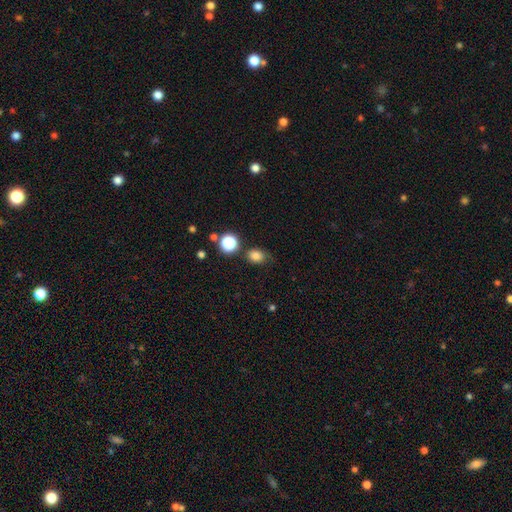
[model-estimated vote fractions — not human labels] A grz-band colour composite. It shows a smooth galaxy with no disk features (79%) that is round (58%). Merging: none (68%).